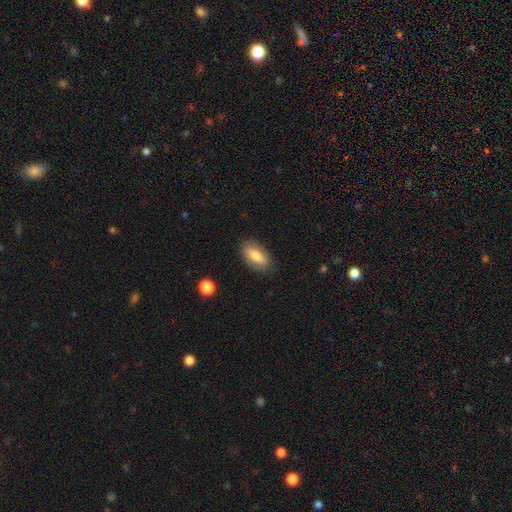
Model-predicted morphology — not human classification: Q: Smooth or featured?
A: smooth (74%); runner-up: featured or disk (19%)
Q: How rounded?
A: in between (88%); runner-up: cigar-shaped (8%)
Q: Merging?
A: none (84%); runner-up: minor disturbance (12%)